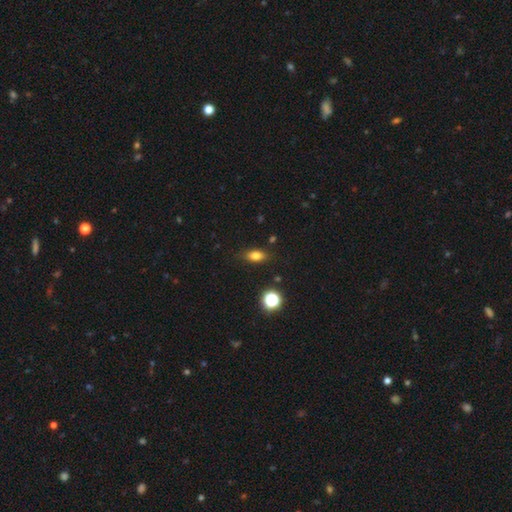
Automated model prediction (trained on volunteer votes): Smooth or featured?
  - smooth: 78% *
  - star or artifact: 12%
  - featured or disk: 10%
How rounded?
  - in between: 78% *
  - round: 13%
  - cigar-shaped: 8%
Merging?
  - none: 83% *
  - minor disturbance: 12%
  - major disturbance: 3%
  - merger: 2%